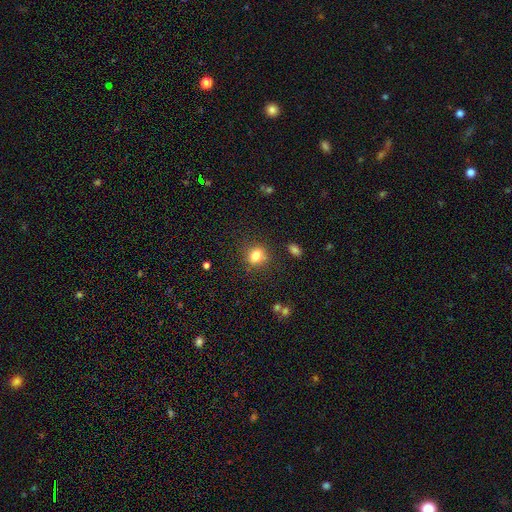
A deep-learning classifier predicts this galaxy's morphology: Smooth or featured?
  - smooth: 79% *
  - star or artifact: 12%
  - featured or disk: 9%
How rounded?
  - round: 62% *
  - in between: 37%
  - cigar-shaped: 1%
Merging?
  - none: 80% *
  - minor disturbance: 13%
  - major disturbance: 4%
  - merger: 3%